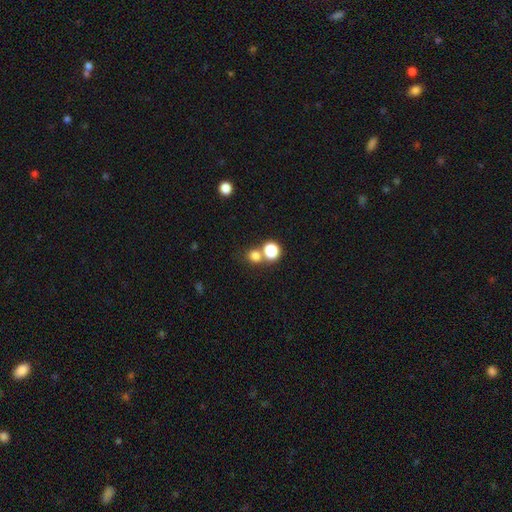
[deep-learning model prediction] Smooth or featured: smooth — 75% (star or artifact — 17%)
How rounded: round — 81% (in between — 18%)
Merging: none — 57% (merger — 33%)